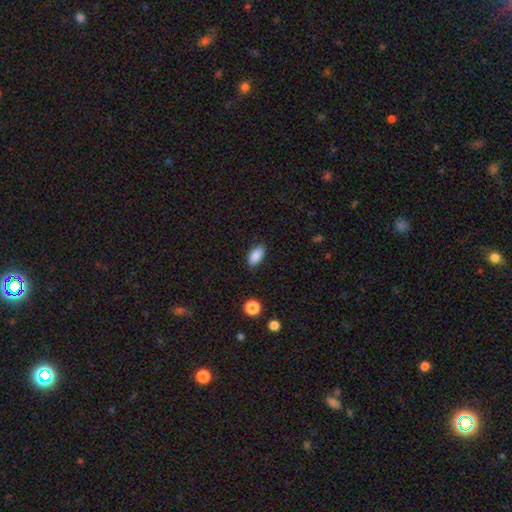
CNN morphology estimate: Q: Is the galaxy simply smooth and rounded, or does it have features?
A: smooth — 87%.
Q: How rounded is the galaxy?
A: in between — 90%.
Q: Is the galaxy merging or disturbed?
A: none — 84%.